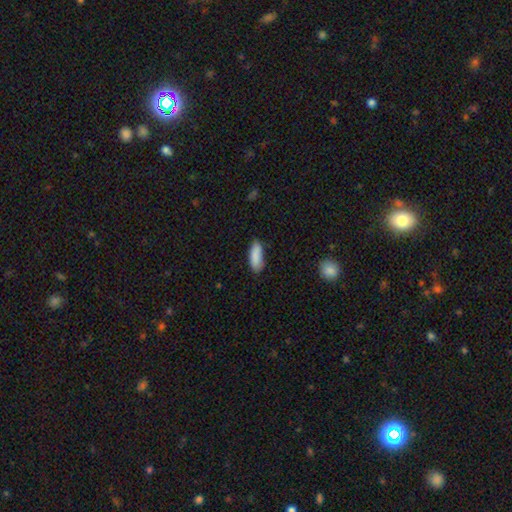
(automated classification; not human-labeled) smooth-or-featured: smooth: 88% | star or artifact: 7% | featured or disk: 5%
  how-rounded: in between: 70% | cigar-shaped: 28% | round: 2%
  merging: none: 75% | minor disturbance: 20% | major disturbance: 3% | merger: 2%